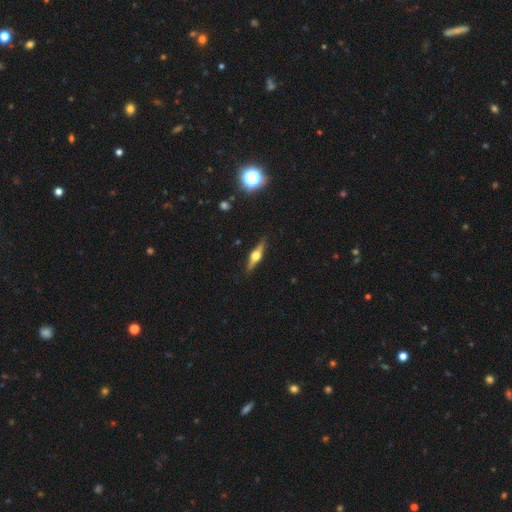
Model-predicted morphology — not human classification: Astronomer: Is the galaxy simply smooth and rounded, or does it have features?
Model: featured or disk — 72%.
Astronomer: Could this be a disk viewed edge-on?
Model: yes — 97%.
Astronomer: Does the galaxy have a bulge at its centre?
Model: rounded — 94%.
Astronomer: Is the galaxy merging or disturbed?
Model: none — 88%.